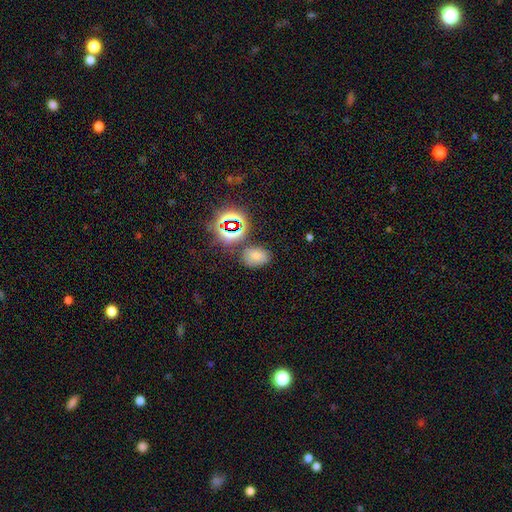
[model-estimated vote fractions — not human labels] Smooth or featured? smooth (64%)
How rounded? in between (76%)
Merging? none (74%)